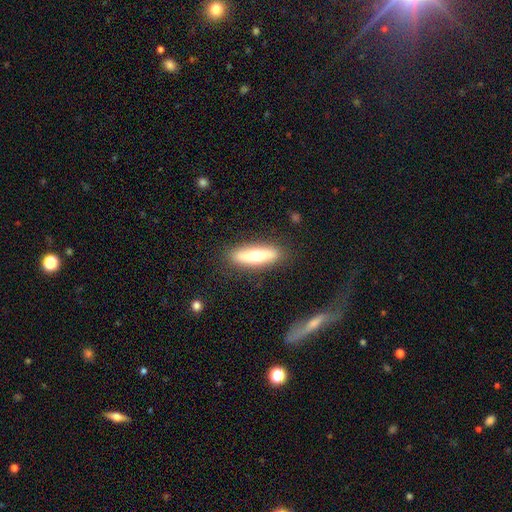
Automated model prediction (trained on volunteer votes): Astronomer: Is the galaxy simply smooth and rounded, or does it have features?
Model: smooth — 58% (runner-up: featured or disk, 37%).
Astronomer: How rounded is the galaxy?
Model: cigar-shaped — 53% (runner-up: in between, 45%).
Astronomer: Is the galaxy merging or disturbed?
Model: none — 85%.